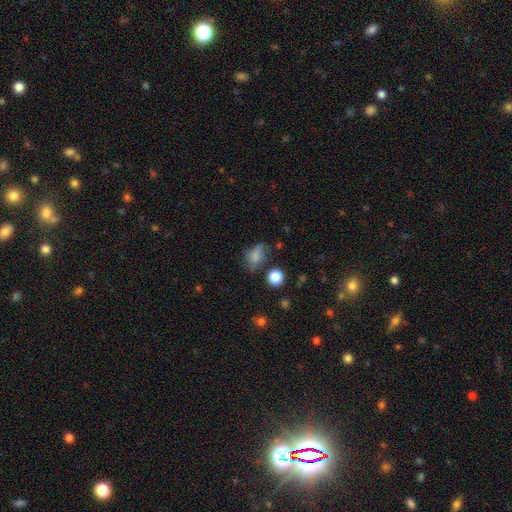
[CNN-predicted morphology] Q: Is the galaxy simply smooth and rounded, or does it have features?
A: smooth — 68%.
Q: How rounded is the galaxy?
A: in between — 73%.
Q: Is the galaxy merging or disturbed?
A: none — 46%.